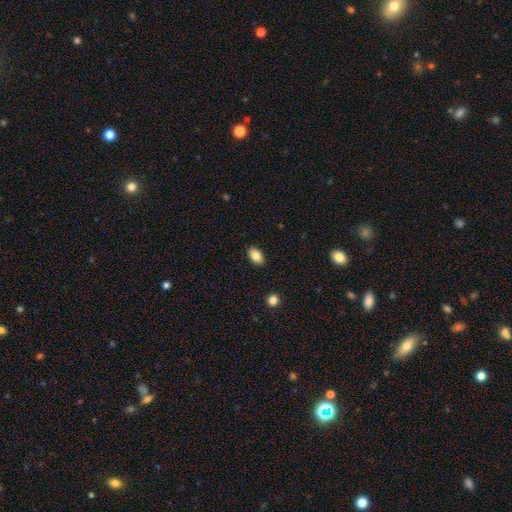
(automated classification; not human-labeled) smooth 84%, star or artifact 8%, featured or disk 8%. Down the decision tree: how rounded — in between (89%); merging — none (89%).